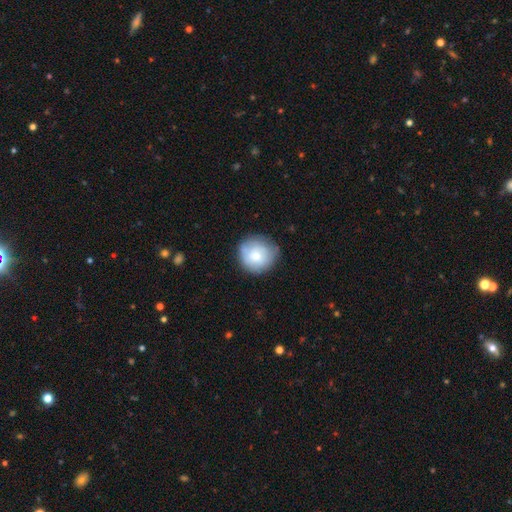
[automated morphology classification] Smooth or featured? smooth (72%)
How rounded? round (90%)
Merging? none (75%)